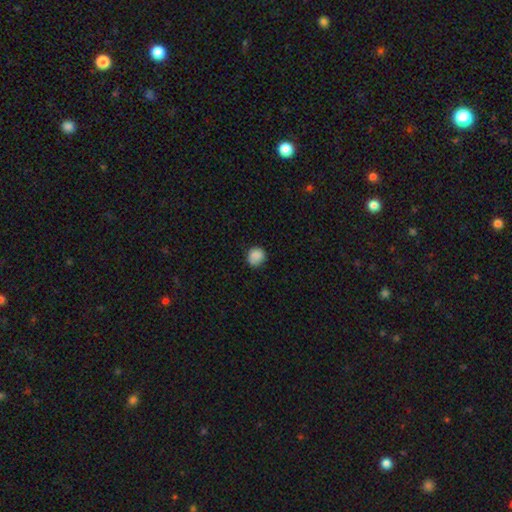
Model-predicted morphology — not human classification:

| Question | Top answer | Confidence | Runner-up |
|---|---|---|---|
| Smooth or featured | smooth | 87% | star or artifact (9%) |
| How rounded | round | 76% | in between (23%) |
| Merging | none | 78% | minor disturbance (18%) |